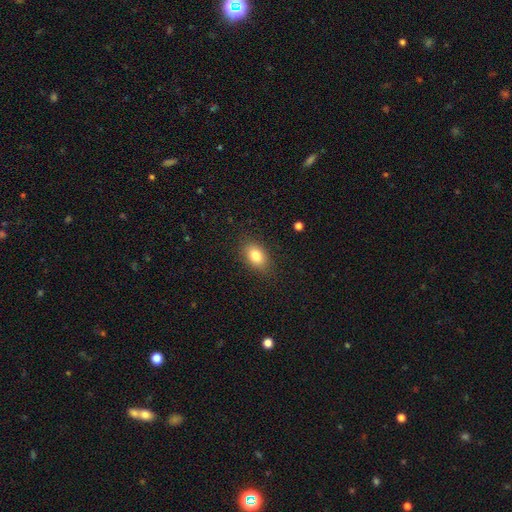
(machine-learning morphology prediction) Smooth or featured? Predicted: smooth (p=0.82). How rounded? Predicted: in between (p=0.84). Merging? Predicted: none (p=0.84).